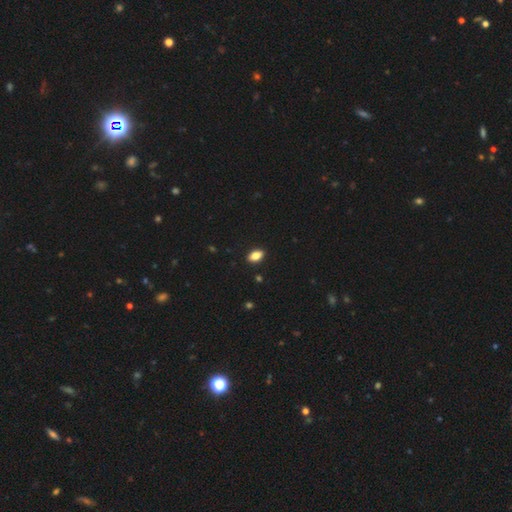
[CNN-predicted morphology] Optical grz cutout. It shows a smooth galaxy with no disk features (84%) that is in between round and cigar-shaped (89%). Merging: none (90%).